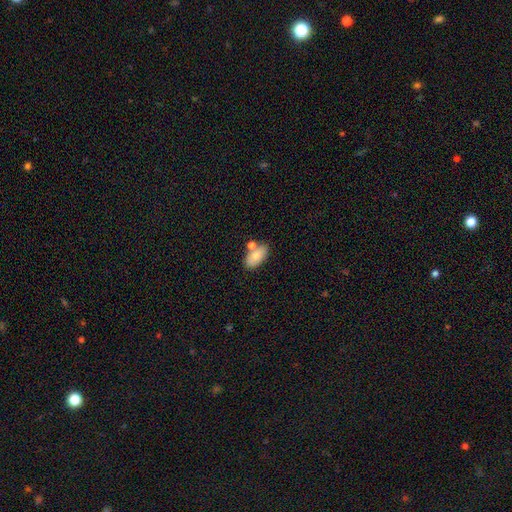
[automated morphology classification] This appears to be a smooth galaxy with no disk features (78%) that is in between round and cigar-shaped (92%). Merging: none (63%).